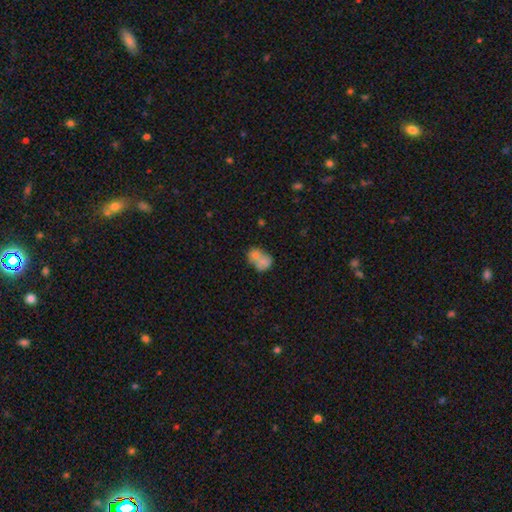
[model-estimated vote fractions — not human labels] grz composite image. It shows a smooth galaxy with no disk features (59%) that is round (53%). Merging: merger (56%).